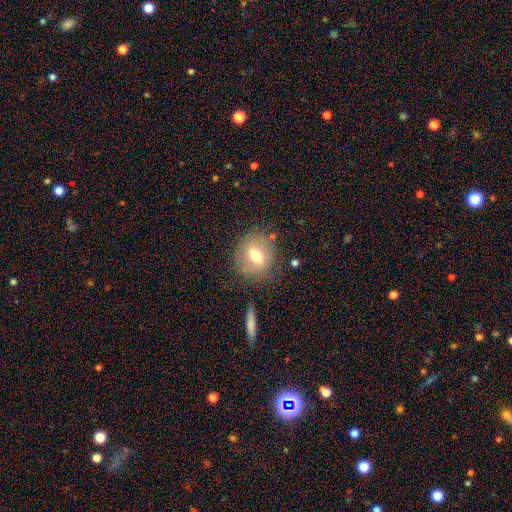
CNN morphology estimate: This is likely a smooth galaxy (61%). How rounded: likely round (73%). Merging: likely none (76%).